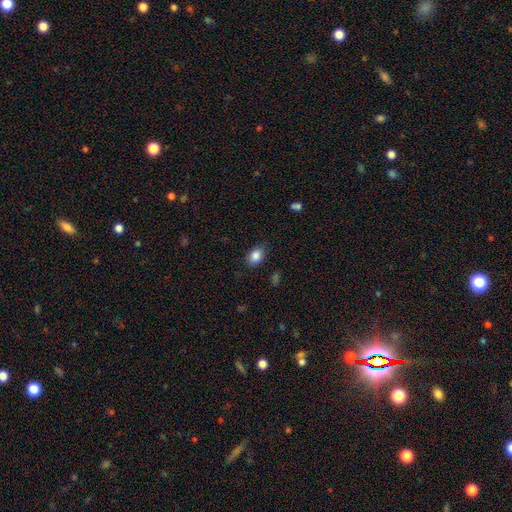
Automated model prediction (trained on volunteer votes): Overall: smooth (86%). How rounded: in between (78%). Merging: none (81%).